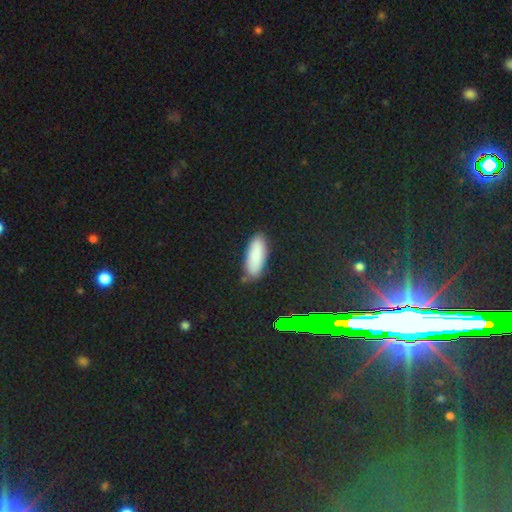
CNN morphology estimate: smooth_or_featured: smooth (p=0.83) [alt: star or artifact p=0.09]
how_rounded: in between (p=0.70) [alt: cigar-shaped p=0.27]
merging: none (p=0.82) [alt: minor disturbance p=0.13]